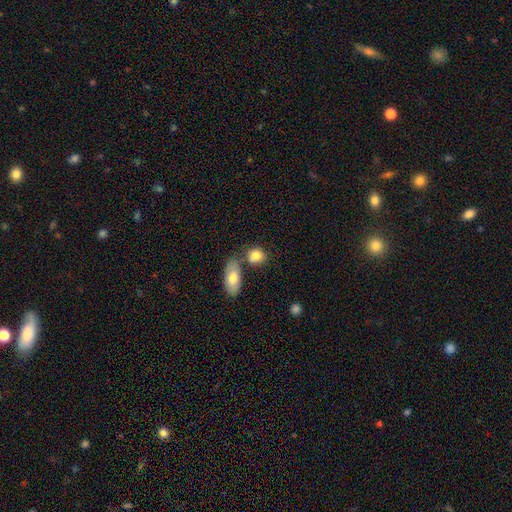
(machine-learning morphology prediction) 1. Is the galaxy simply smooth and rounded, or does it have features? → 83% smooth, 10% featured or disk, 8% star or artifact.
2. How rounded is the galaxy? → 51% in between, 47% round, 3% cigar-shaped.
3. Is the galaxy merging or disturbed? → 57% none, 25% merger, 14% minor disturbance, 4% major disturbance.